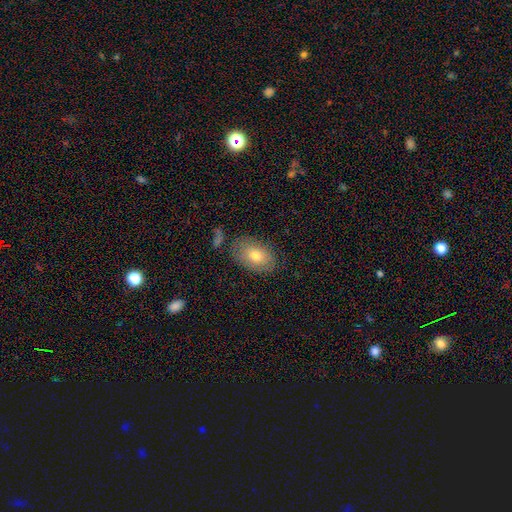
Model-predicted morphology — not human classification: smooth 71%, featured or disk 21%, star or artifact 8%. Down the decision tree: how rounded — in between (88%); merging — none (77%).